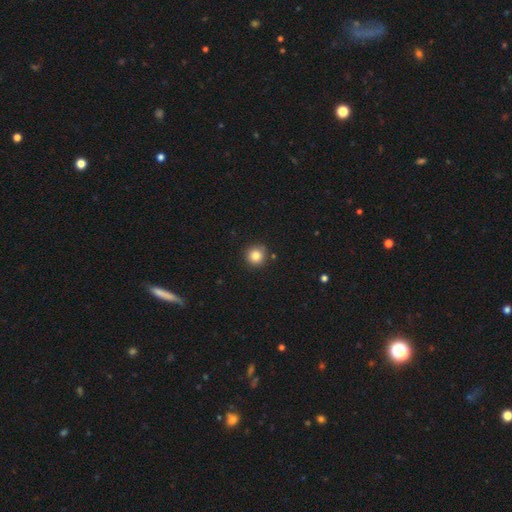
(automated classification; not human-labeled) Smooth or featured?
  - smooth: 83% *
  - star or artifact: 11%
  - featured or disk: 6%
How rounded?
  - round: 95% *
  - in between: 4%
  - cigar-shaped: 1%
Merging?
  - none: 88% *
  - minor disturbance: 7%
  - merger: 3%
  - major disturbance: 2%